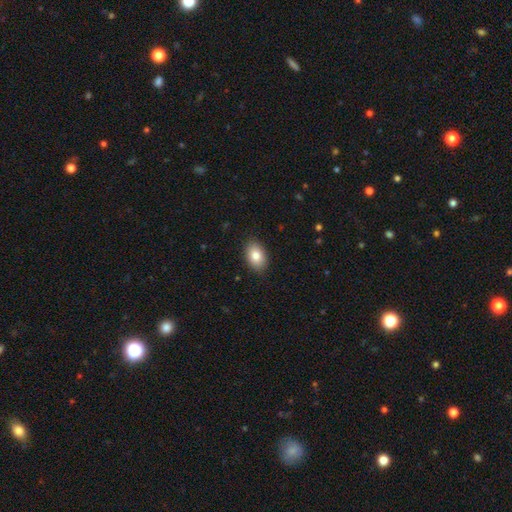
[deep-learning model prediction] This is clearly a smooth galaxy (83%). How rounded: clearly in between (85%). Merging: clearly none (88%).